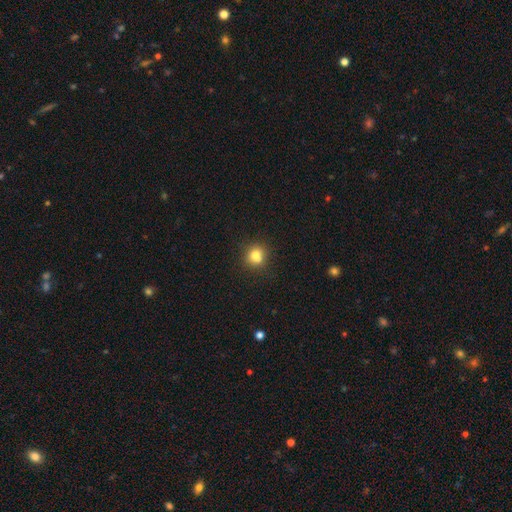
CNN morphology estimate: This appears to be a smooth galaxy with no disk features (78%) that is round (80%). Merging: none (66%).